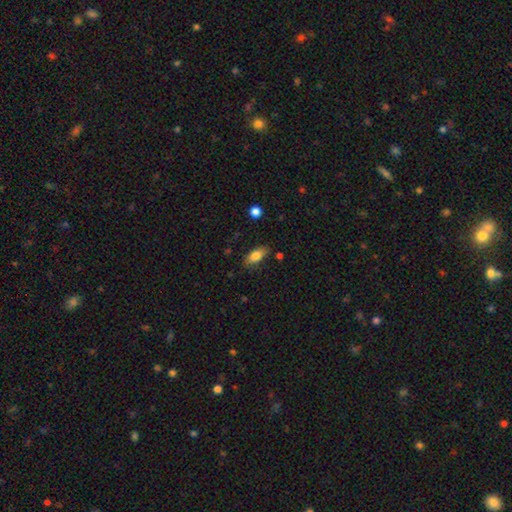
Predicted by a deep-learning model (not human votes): Smooth or featured? Predicted: smooth (p=0.80). How rounded? Predicted: in between (p=0.86). Merging? Predicted: none (p=0.78).